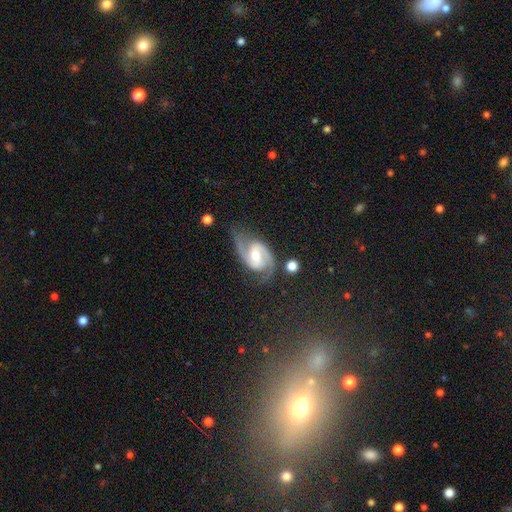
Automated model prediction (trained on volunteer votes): A featured or disk galaxy (90%) with a weak bar (51%), 2 (93%) medium (57%) spiral arms (98%) and a moderate central bulge (60%).

Vote fractions:
- Smooth or featured? featured or disk: 90% / star or artifact: 5% / smooth: 5%
- Edge-on disk? no: 98% / yes: 2%
- Bar? weak: 51% / no: 25% / strong: 24%
- Spiral arms? yes: 98% / no: 2%
- Spiral winding? medium: 57% / tight: 28% / loose: 15%
- Spiral arm count? 2: 93% / can't tell: 2% / 3: 1% / 1: 1% / 4: 1% / more than 4: 1%
- Bulge size? moderate: 60% / small: 30% / large: 6% / none: 3% / dominant: 1%
- Merging? none: 72% / minor disturbance: 19% / major disturbance: 7% / merger: 3%